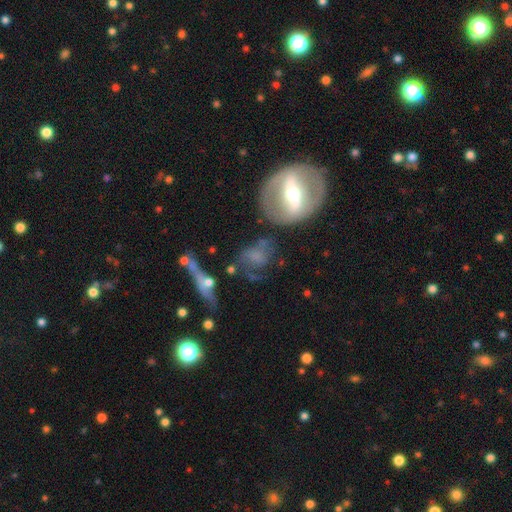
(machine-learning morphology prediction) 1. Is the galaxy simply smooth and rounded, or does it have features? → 45% featured or disk, 42% smooth, 13% star or artifact.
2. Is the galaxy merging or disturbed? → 48% none, 22% minor disturbance, 19% major disturbance, 11% merger.